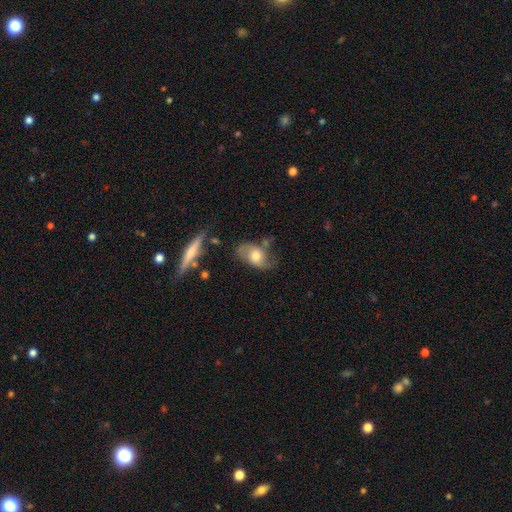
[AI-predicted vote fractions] Smooth or featured? Predicted: smooth (p=0.50). How rounded? Predicted: in between (p=0.86). Merging? Predicted: none (p=0.50).